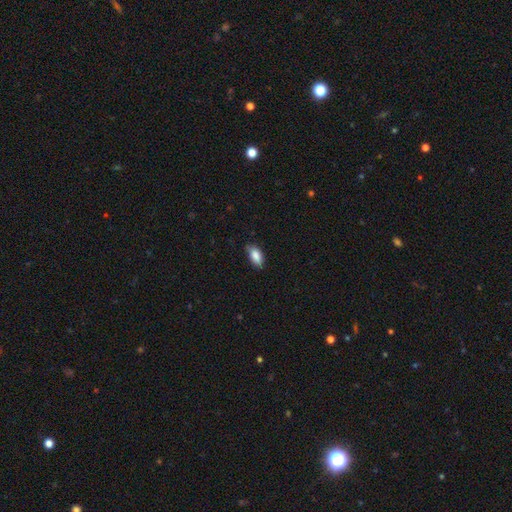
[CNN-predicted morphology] A smooth galaxy with no disk features (86%) that is in between round and cigar-shaped (91%). Merging: none (77%).